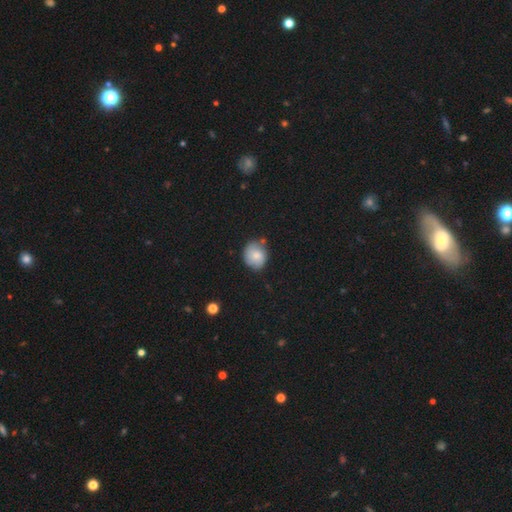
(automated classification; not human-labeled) This appears to be a smooth galaxy with no disk features (74%) that is round (75%). Merging: none (68%).